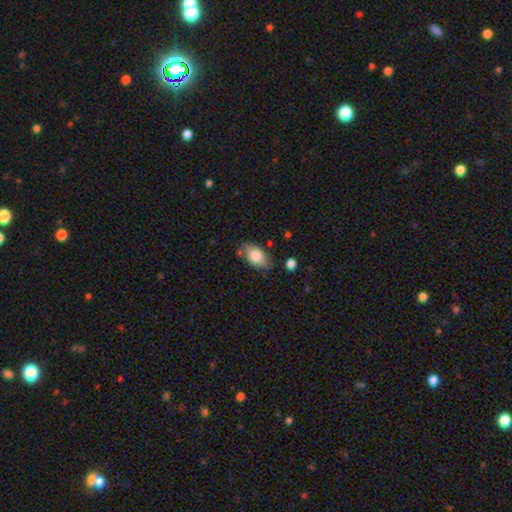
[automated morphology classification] A smooth galaxy with no disk features (76%) that is in between round and cigar-shaped (92%).

Vote fractions:
- Smooth or featured? smooth: 76% / featured or disk: 17% / star or artifact: 7%
- How rounded? in between: 92% / round: 6% / cigar-shaped: 2%
- Merging? none: 71% / minor disturbance: 21% / major disturbance: 5% / merger: 4%